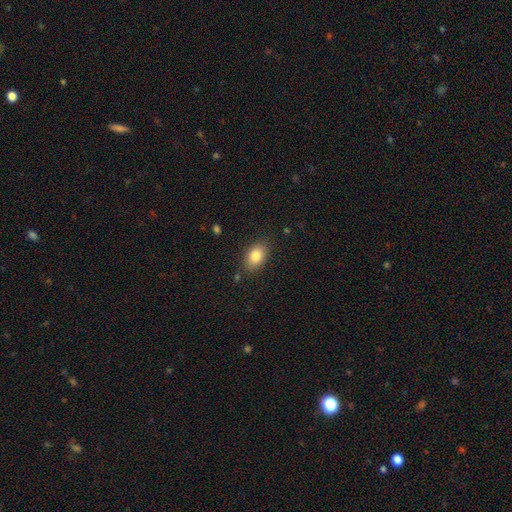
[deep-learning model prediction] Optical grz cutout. It shows a smooth galaxy with no disk features (83%) that is in between round and cigar-shaped (83%). Merging: none (84%).